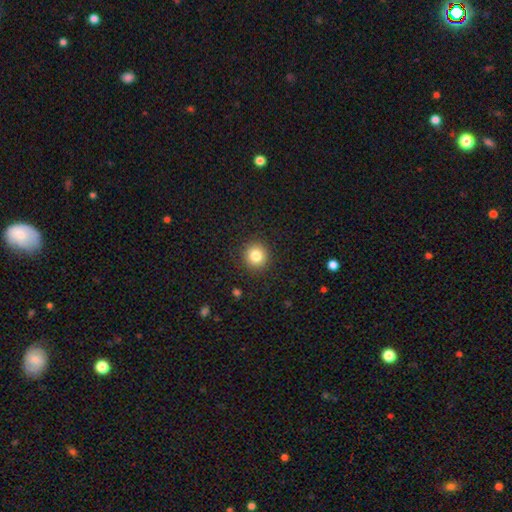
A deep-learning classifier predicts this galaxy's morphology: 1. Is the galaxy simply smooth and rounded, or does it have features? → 82% smooth, 11% star or artifact, 7% featured or disk.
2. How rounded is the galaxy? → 93% round, 6% in between, 1% cigar-shaped.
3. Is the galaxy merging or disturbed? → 91% none, 6% minor disturbance, 2% major disturbance, 1% merger.